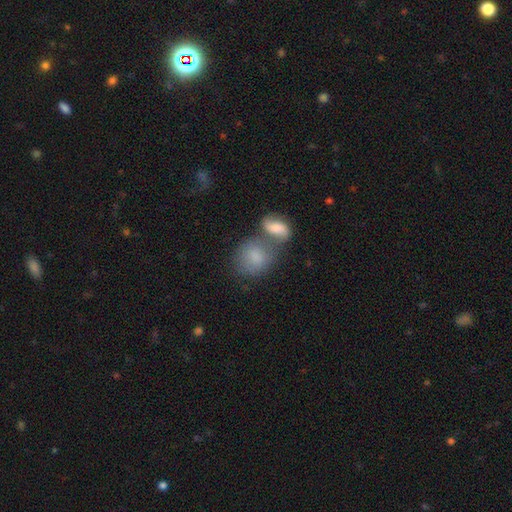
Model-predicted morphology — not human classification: type=smooth (49%); merging=none (53%).